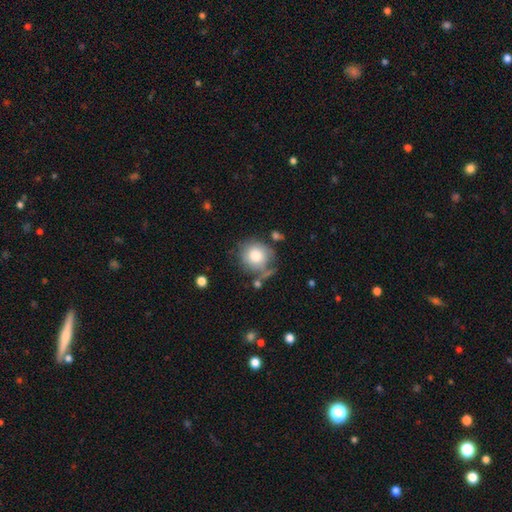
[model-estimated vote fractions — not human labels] This appears to be a smooth galaxy with no disk features (78%) that is round (84%). Merging: none (61%).